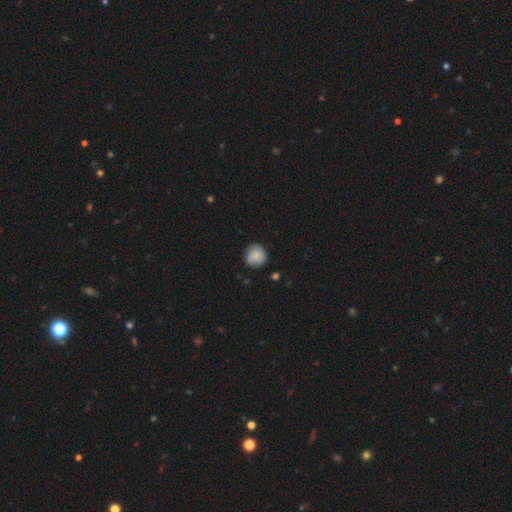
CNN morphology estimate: Smooth or featured: smooth — 73% (featured or disk — 20%)
How rounded: round — 89% (in between — 10%)
Merging: none — 77% (minor disturbance — 17%)